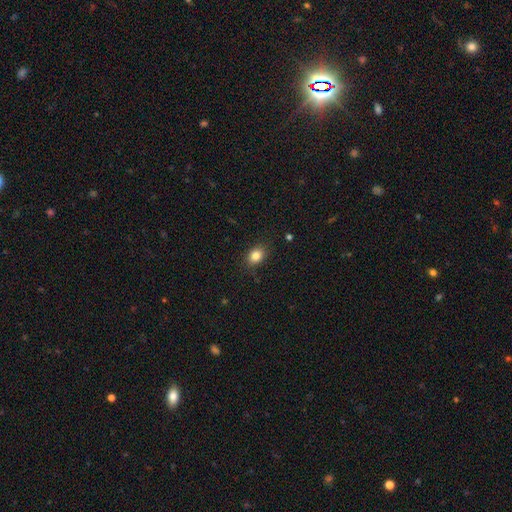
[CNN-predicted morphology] A smooth galaxy with no disk features (83%) that is in between round and cigar-shaped (60%). Merging: none (84%).